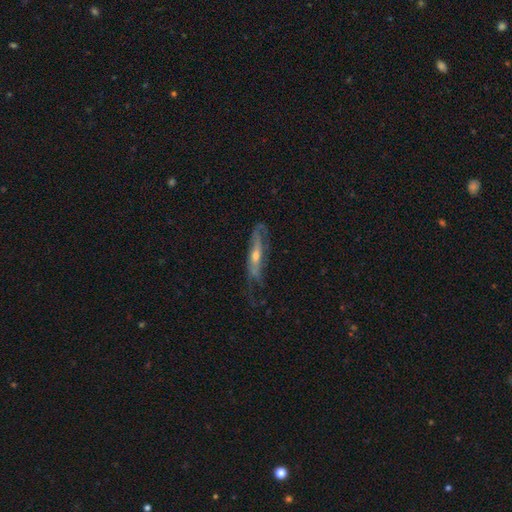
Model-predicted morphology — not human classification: A featured or disk galaxy (72%) viewed edge-on (55%). Merging: none (54%).